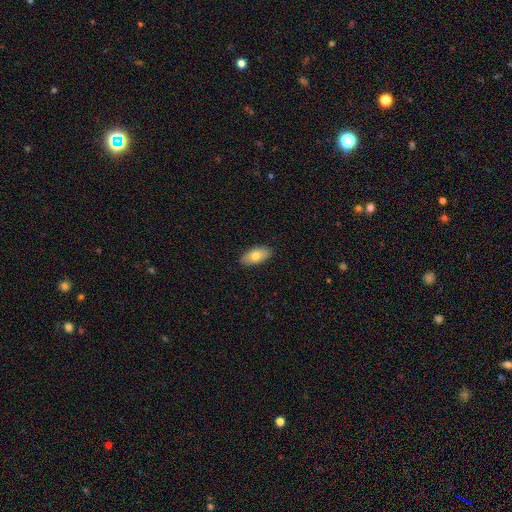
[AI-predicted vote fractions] Q: Smooth or featured?
A: smooth (76%); runner-up: featured or disk (18%)
Q: How rounded?
A: in between (93%); runner-up: cigar-shaped (4%)
Q: Merging?
A: none (87%); runner-up: minor disturbance (10%)